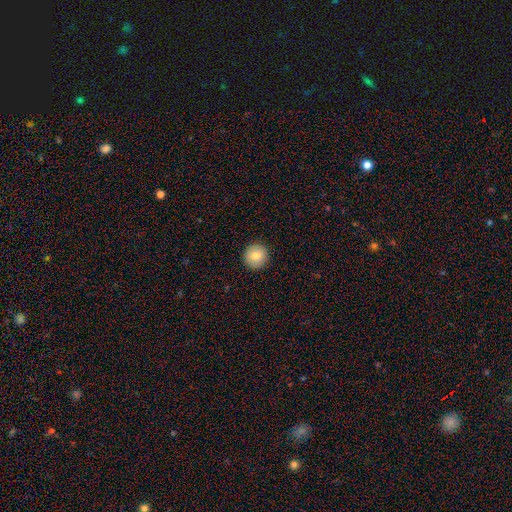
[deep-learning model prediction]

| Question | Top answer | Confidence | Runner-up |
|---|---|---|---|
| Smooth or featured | smooth | 82% | featured or disk (10%) |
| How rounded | round | 95% | in between (4%) |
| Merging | none | 93% | minor disturbance (5%) |